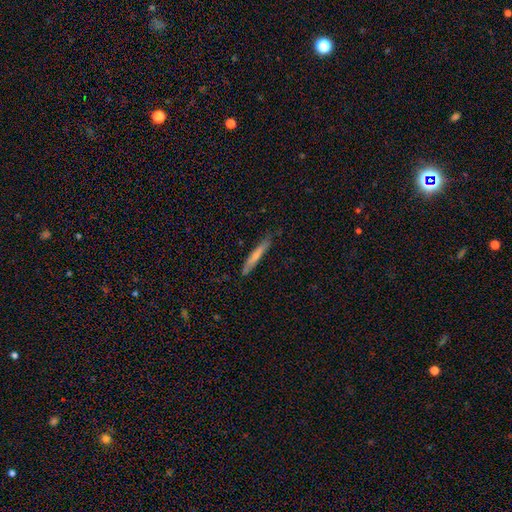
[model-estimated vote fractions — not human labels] Smooth or featured? Predicted: smooth (p=0.62). How rounded? Predicted: cigar-shaped (p=0.94). Merging? Predicted: none (p=0.79).